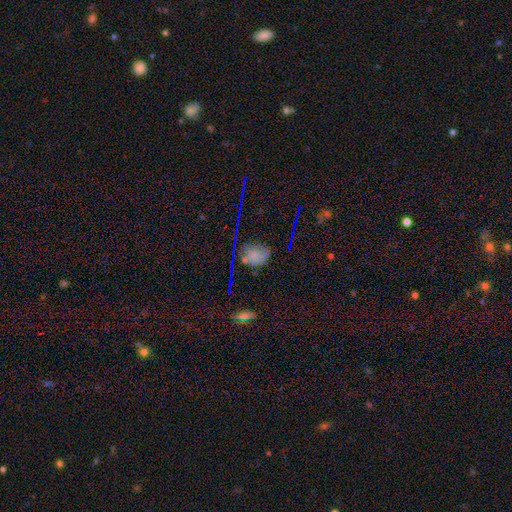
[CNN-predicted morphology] smooth 51%, star or artifact 35%, featured or disk 14%. Down the decision tree: how rounded — in between (61%); merging — none (58%).